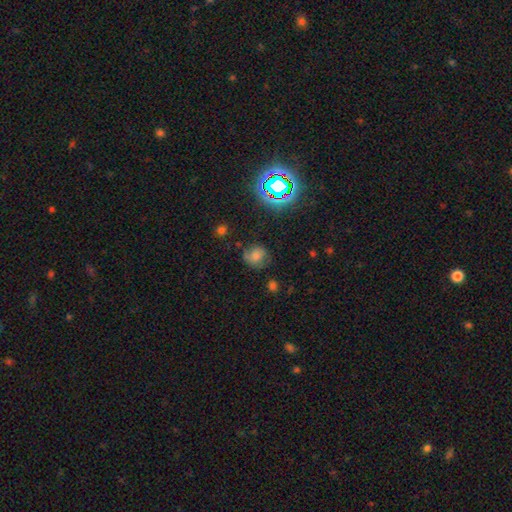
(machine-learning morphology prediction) This is likely a smooth galaxy (63%). How rounded: likely round (74%). Merging: likely none (62%).